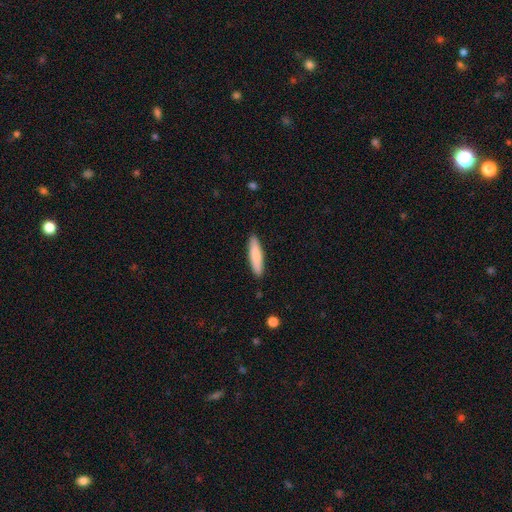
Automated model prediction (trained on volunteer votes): A smooth galaxy with no disk features (83%) that is cigar-shaped (78%). Merging: none (89%).